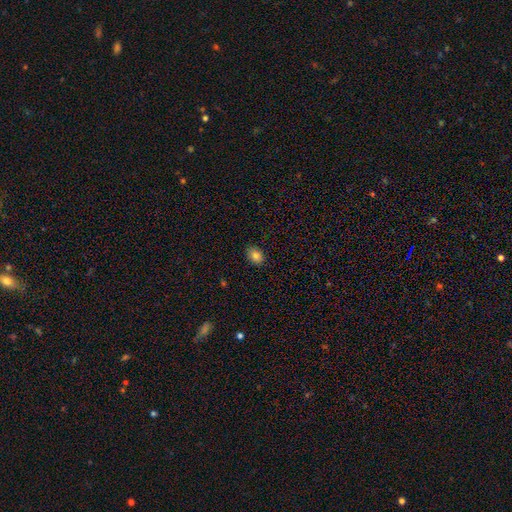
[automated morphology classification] A smooth galaxy with no disk features (83%) that is in between round and cigar-shaped (69%).

Vote fractions:
- Smooth or featured? smooth: 83% / star or artifact: 10% / featured or disk: 7%
- How rounded? in between: 69% / round: 30% / cigar-shaped: 1%
- Merging? none: 87% / minor disturbance: 10% / major disturbance: 2% / merger: 1%